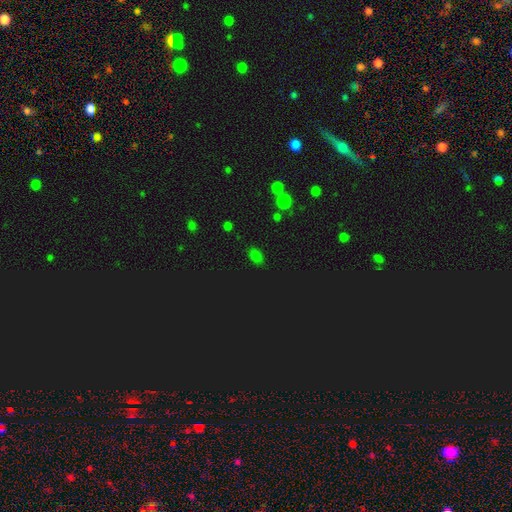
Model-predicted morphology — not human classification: Smooth or featured? Predicted: smooth (p=0.69). How rounded? Predicted: in between (p=0.79). Merging? Predicted: none (p=0.82).